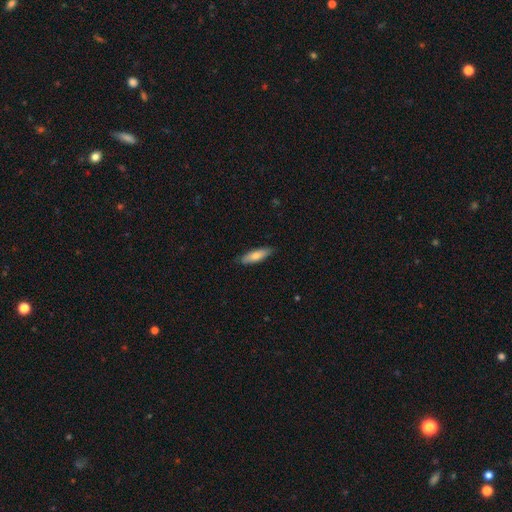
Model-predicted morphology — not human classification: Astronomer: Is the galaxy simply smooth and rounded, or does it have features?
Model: smooth — 74%.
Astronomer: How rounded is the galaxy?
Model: cigar-shaped — 59% (runner-up: in between, 40%).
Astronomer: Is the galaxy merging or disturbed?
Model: none — 86%.